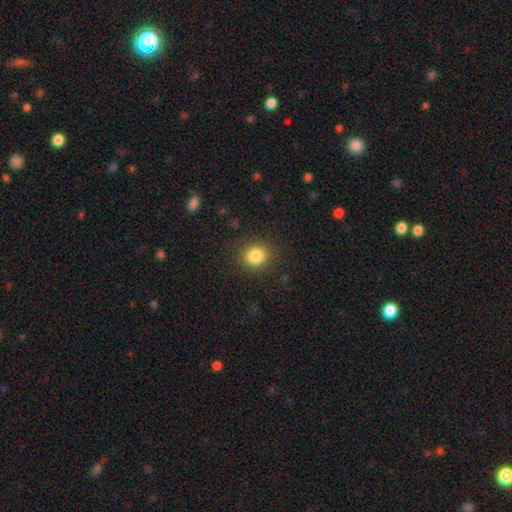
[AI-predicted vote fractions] Overall: smooth (84%). How rounded: round (82%). Merging: none (88%).